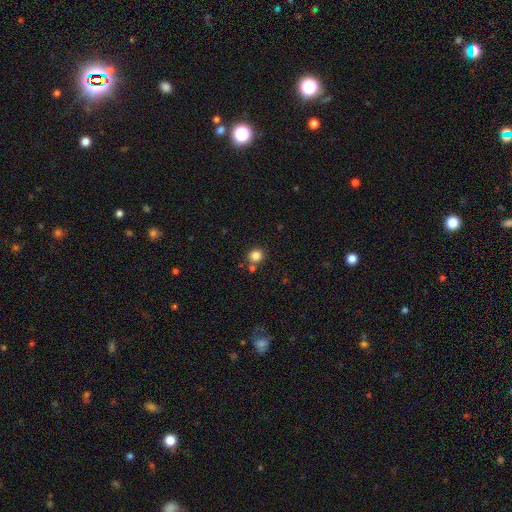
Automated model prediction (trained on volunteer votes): This is clearly a smooth galaxy (84%). How rounded: clearly round (88%). Merging: likely none (78%).